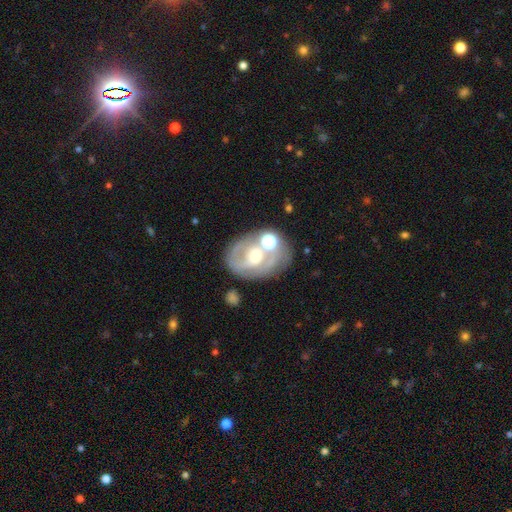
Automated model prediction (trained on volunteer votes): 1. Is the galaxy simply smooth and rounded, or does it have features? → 69% featured or disk, 21% smooth, 9% star or artifact.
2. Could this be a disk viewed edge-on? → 96% no, 4% yes.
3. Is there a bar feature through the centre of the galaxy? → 54% no, 32% weak, 14% strong.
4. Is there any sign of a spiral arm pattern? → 68% yes, 32% no.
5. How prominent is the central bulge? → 59% moderate, 32% small, 6% large, 2% none, 1% dominant.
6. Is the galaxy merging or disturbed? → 58% none, 17% minor disturbance, 15% merger, 10% major disturbance.